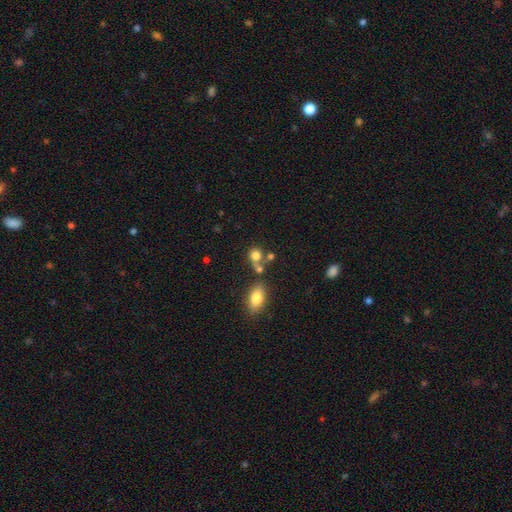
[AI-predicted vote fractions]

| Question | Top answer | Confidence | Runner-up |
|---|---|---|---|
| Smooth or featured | smooth | 77% | star or artifact (12%) |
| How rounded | round | 76% | in between (22%) |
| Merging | none | 47% | merger (36%) |